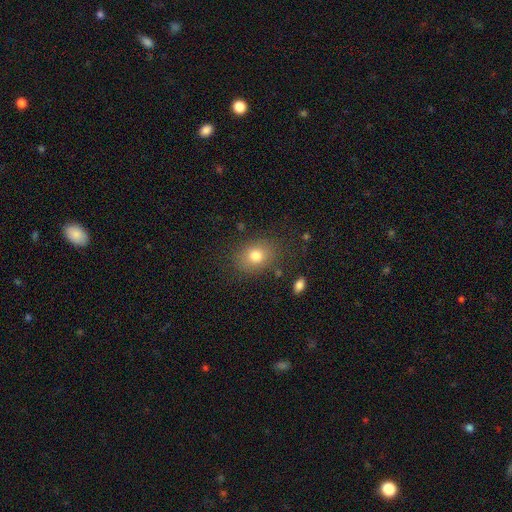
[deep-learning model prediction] Smooth or featured? smooth (78%)
How rounded? in between (53%)
Merging? none (81%)